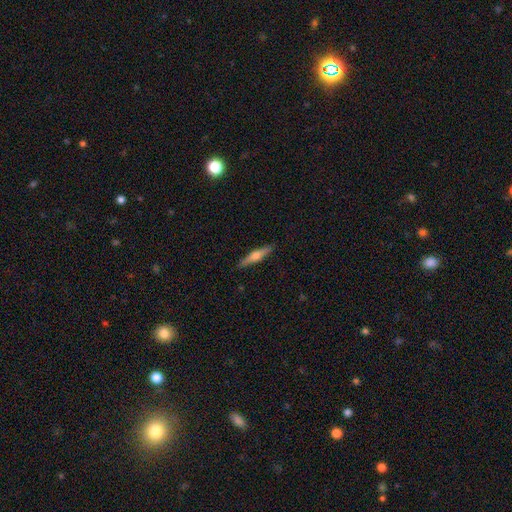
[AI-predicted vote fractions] This is possibly a featured or disk galaxy (55%). It is clearly viewed edge-on (96%). Edge-on bulge: clearly rounded (89%). Merging: clearly none (90%).